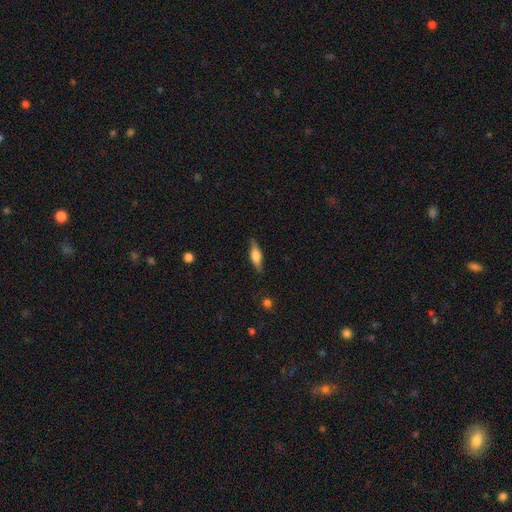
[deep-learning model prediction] This is possibly a smooth galaxy (54%). How rounded: possibly cigar-shaped (49%). Merging: clearly none (83%).